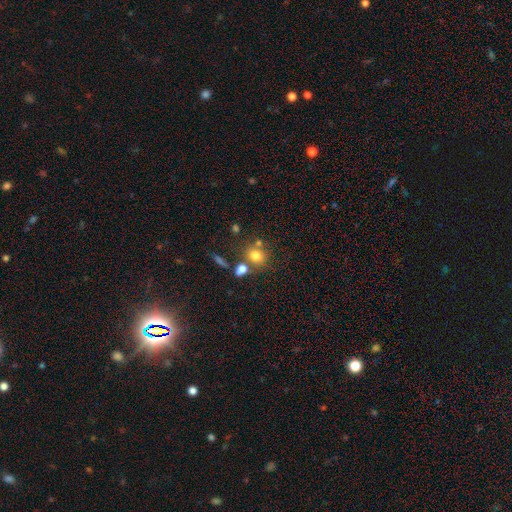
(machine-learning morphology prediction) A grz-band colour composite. It shows a smooth galaxy with no disk features (76%) that is round (72%). Merging: none (59%).